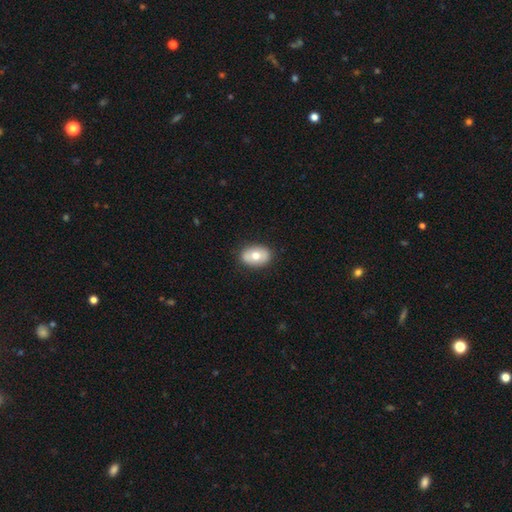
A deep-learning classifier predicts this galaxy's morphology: Q: Smooth or featured?
A: smooth (67%); runner-up: featured or disk (26%)
Q: How rounded?
A: in between (81%); runner-up: round (18%)
Q: Merging?
A: none (86%); runner-up: minor disturbance (11%)